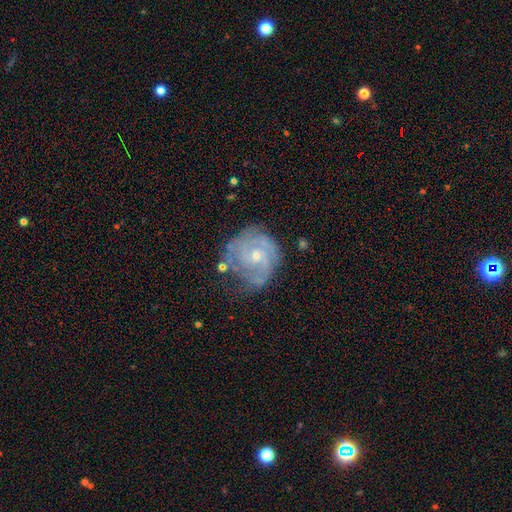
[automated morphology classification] smooth-or-featured: featured or disk: 83% | smooth: 10% | star or artifact: 6%
  disk-edge-on: no: 98% | yes: 2%
    bar: no: 68% | weak: 28% | strong: 4%
    has-spiral-arms: yes: 94% | no: 6%
      spiral-winding: tight: 66% | medium: 28% | loose: 6%
      spiral-arm-count: 2: 29% | can't tell: 27% | 3: 26% | 4: 9% | 1: 5% | more than 4: 4%
    bulge-size: small: 66% | moderate: 31% | none: 2% | large: 1% | dominant: 1%
  merging: none: 60% | minor disturbance: 25% | major disturbance: 11% | merger: 4%